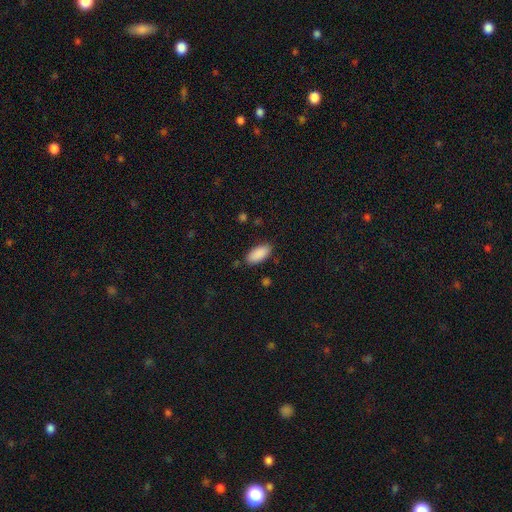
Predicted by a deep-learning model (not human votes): Q: Smooth or featured?
A: smooth (90%); runner-up: star or artifact (7%)
Q: How rounded?
A: in between (91%); runner-up: cigar-shaped (7%)
Q: Merging?
A: none (84%); runner-up: minor disturbance (11%)